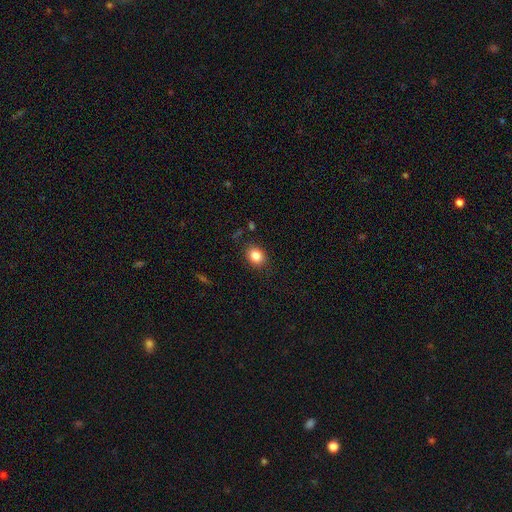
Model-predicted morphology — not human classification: Overall: smooth (84%). How rounded: round (52%; in between 47%). Merging: none (85%).